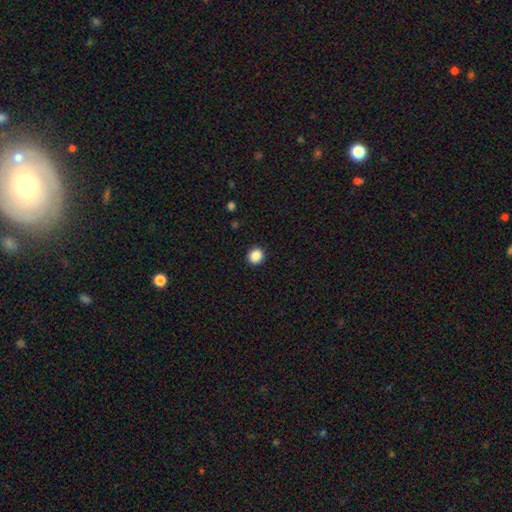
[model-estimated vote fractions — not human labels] Smooth or featured?
  - smooth: 88% *
  - star or artifact: 10%
  - featured or disk: 3%
How rounded?
  - round: 88% *
  - in between: 11%
  - cigar-shaped: 1%
Merging?
  - none: 91% *
  - minor disturbance: 6%
  - major disturbance: 2%
  - merger: 1%